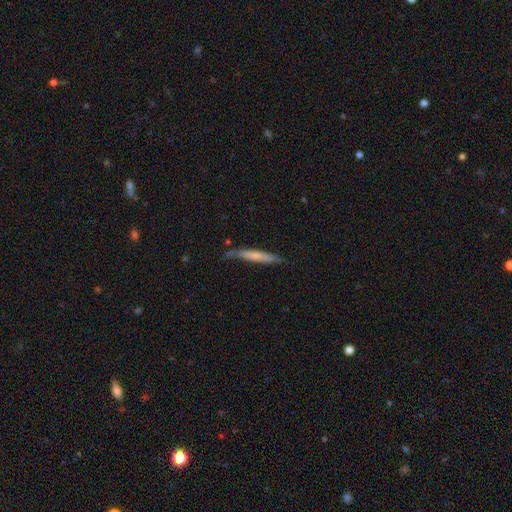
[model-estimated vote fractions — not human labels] The model was most divided on "smooth or featured": smooth: 60%, featured or disk: 35%, star or artifact: 5%. More confident: how rounded — cigar-shaped (93%); merging — none (69%).